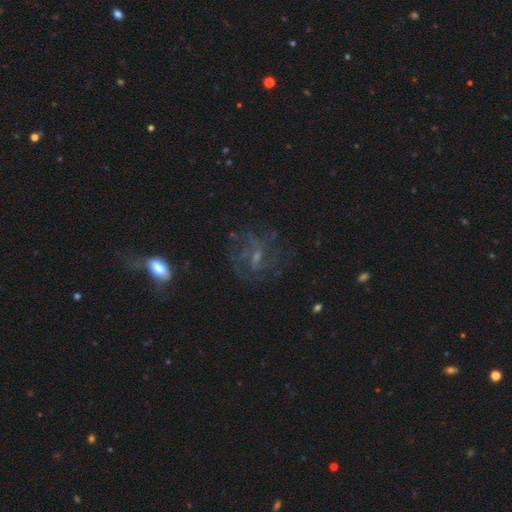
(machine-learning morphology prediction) A featured or disk galaxy (70%) with a weak bar (48%), medium (43%) spiral arms (80%) and a small central bulge (54%). Merging: none (66%).